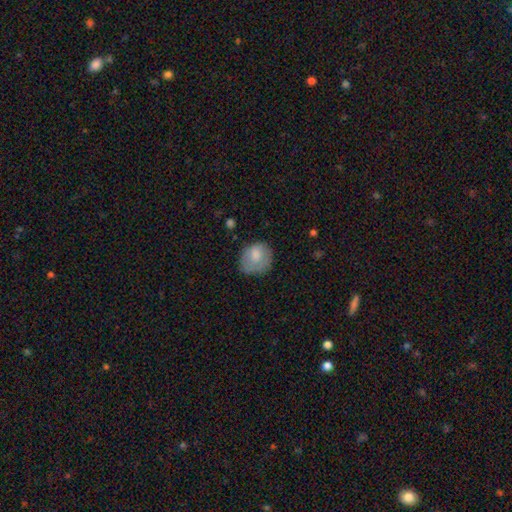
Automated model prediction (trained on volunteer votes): Smooth or featured?
  - smooth: 73% *
  - featured or disk: 20%
  - star or artifact: 7%
How rounded?
  - round: 60% *
  - in between: 39%
  - cigar-shaped: 1%
Merging?
  - none: 54% *
  - minor disturbance: 31%
  - major disturbance: 13%
  - merger: 2%